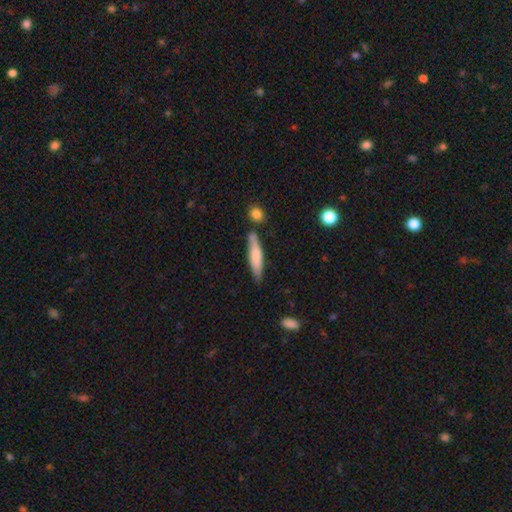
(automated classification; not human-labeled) smooth_or_featured: smooth (p=0.69) [alt: featured or disk p=0.25]
how_rounded: cigar-shaped (p=0.85) [alt: in between p=0.14]
merging: none (p=0.72) [alt: minor disturbance p=0.16]